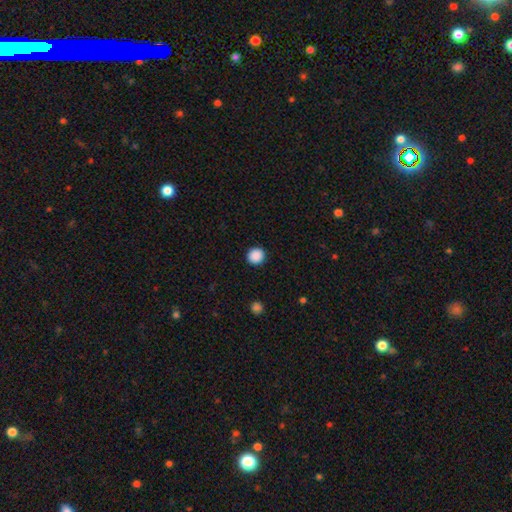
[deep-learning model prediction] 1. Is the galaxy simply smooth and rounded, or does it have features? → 89% smooth, 9% star or artifact, 2% featured or disk.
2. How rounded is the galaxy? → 94% round, 5% in between, 1% cigar-shaped.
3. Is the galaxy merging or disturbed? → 93% none, 4% minor disturbance, 2% major disturbance, 1% merger.